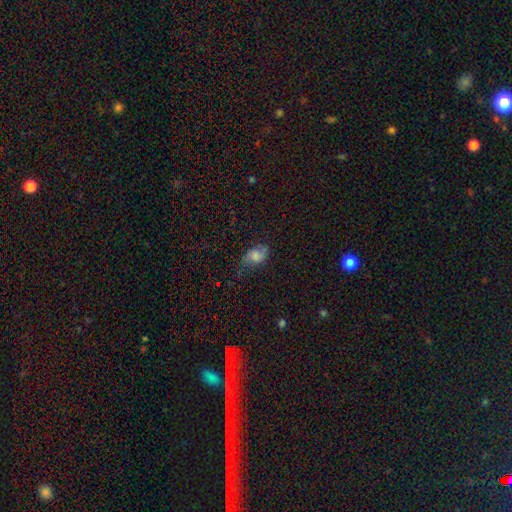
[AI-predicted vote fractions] Smooth or featured? Predicted: smooth (p=0.63). How rounded? Predicted: in between (p=0.85). Merging? Predicted: none (p=0.58).